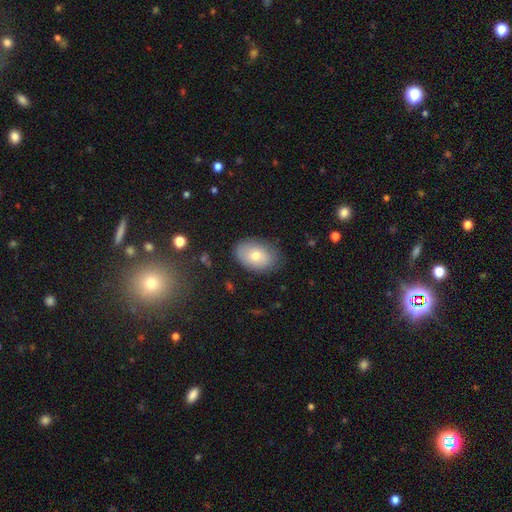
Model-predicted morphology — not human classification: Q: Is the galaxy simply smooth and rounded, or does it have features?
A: smooth — 71%.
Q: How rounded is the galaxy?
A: in between — 82%.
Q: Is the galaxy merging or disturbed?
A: none — 79%.